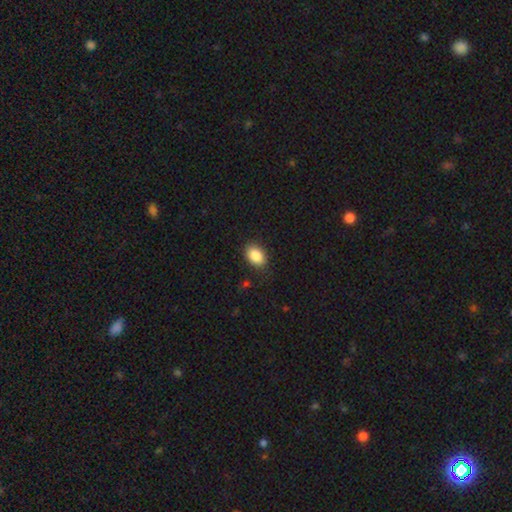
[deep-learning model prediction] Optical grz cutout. It shows a smooth galaxy with no disk features (87%) that is in between round and cigar-shaped (83%). Merging: none (85%).